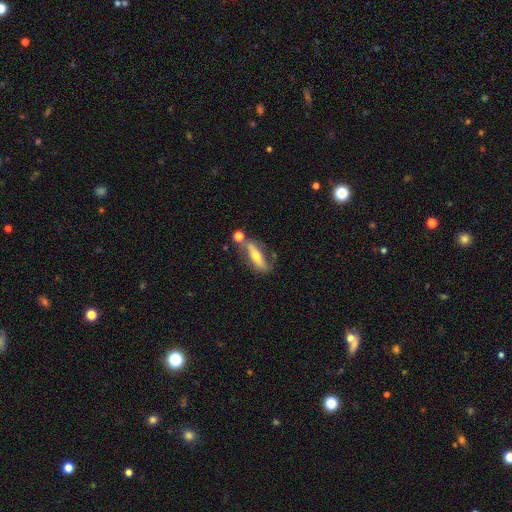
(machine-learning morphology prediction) smooth-or-featured: featured or disk: 62% | smooth: 31% | star or artifact: 7%
  disk-edge-on: yes: 52% | no: 48%
  merging: none: 61% | minor disturbance: 19% | merger: 12% | major disturbance: 8%